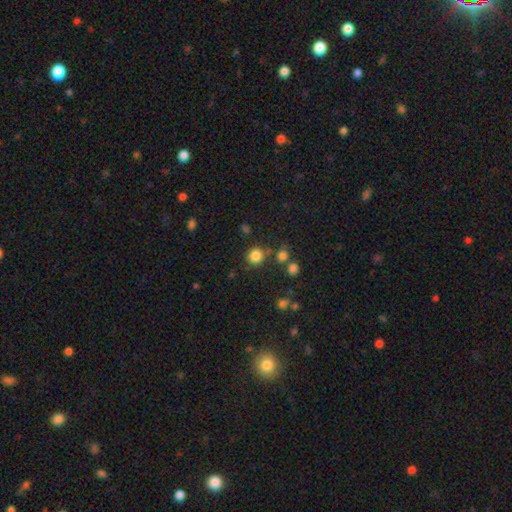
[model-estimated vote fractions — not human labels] Q: Smooth or featured?
A: smooth (82%); runner-up: star or artifact (13%)
Q: How rounded?
A: round (87%); runner-up: in between (12%)
Q: Merging?
A: none (79%); runner-up: minor disturbance (9%)